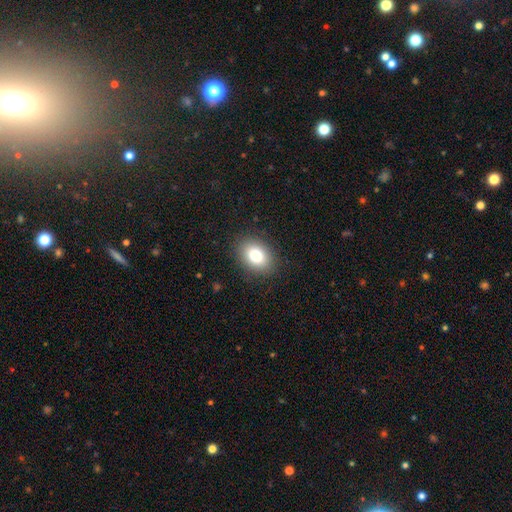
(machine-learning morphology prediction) The model was most divided on "how rounded": in between: 74%, round: 25%, cigar-shaped: 1%. More confident: merging — none (87%); smooth or featured — smooth (80%).